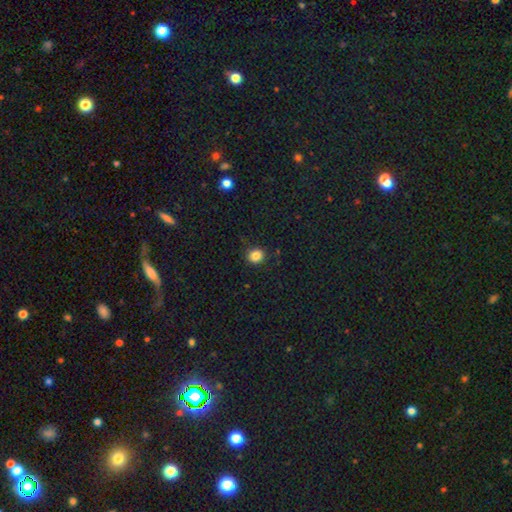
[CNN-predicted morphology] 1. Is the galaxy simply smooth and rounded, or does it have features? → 85% smooth, 11% star or artifact, 4% featured or disk.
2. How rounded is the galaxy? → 79% round, 20% in between, 1% cigar-shaped.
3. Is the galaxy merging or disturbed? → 87% none, 9% minor disturbance, 3% major disturbance, 1% merger.